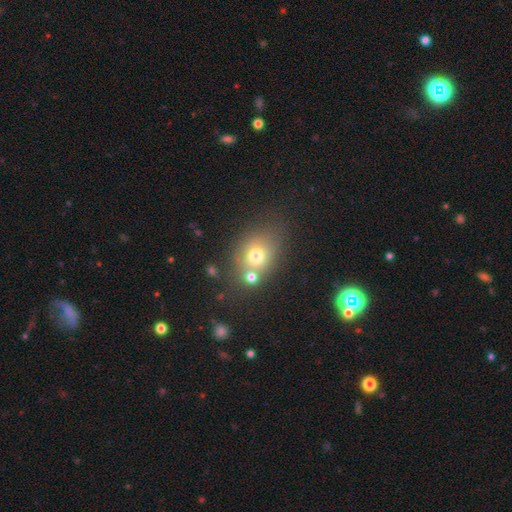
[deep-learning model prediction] smooth-or-featured: smooth: 68% | featured or disk: 17% | star or artifact: 14%
  how-rounded: in between: 53% | round: 46% | cigar-shaped: 1%
  merging: none: 52% | merger: 25% | minor disturbance: 15% | major disturbance: 7%